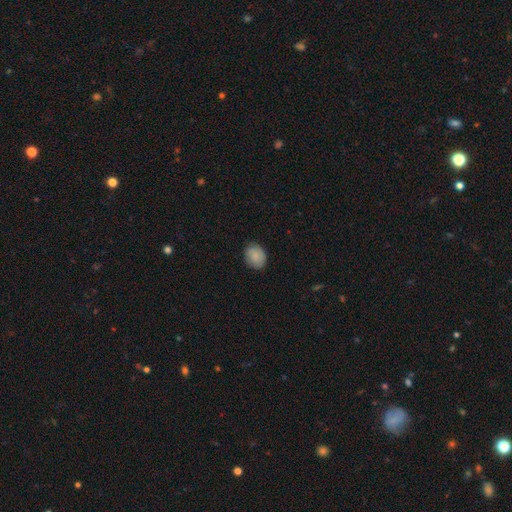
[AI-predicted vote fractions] Morphology: type=smooth (82%); roundness=in between (50%); merging=none (83%).